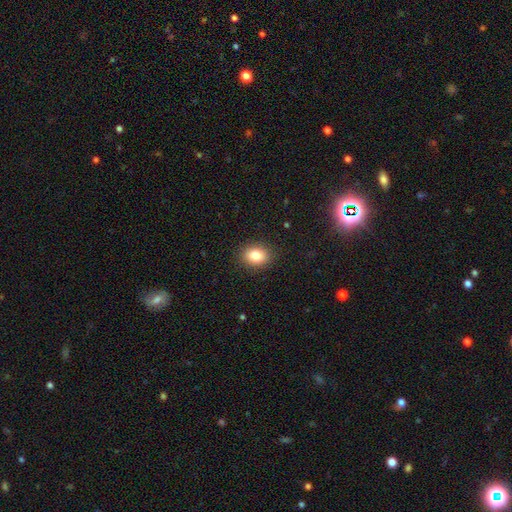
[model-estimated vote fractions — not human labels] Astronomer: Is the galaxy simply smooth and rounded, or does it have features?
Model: smooth — 83%.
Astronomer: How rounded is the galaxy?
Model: in between — 62% (runner-up: round, 37%).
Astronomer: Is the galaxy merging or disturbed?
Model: none — 89%.